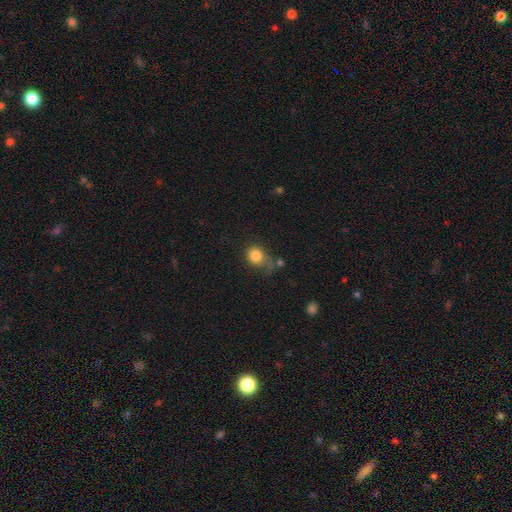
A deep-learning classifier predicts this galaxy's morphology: Smooth or featured: smooth — 82% (star or artifact — 9%)
How rounded: round — 72% (in between — 27%)
Merging: none — 42% (minor disturbance — 24%)